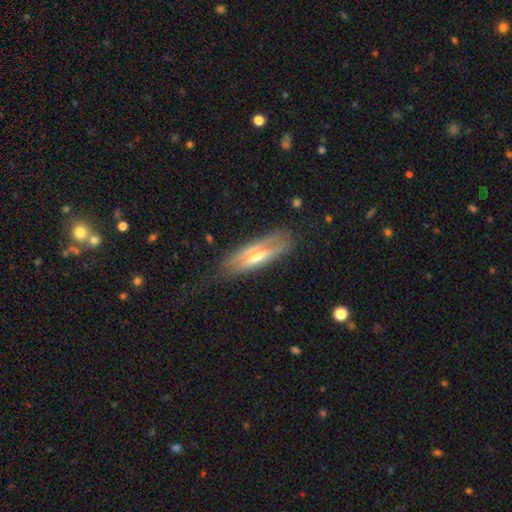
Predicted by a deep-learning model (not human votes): The model was most divided on "smooth or featured": featured or disk: 58%, smooth: 35%, star or artifact: 7%. More confident: edge-on disk — yes (73%); merging — none (69%).